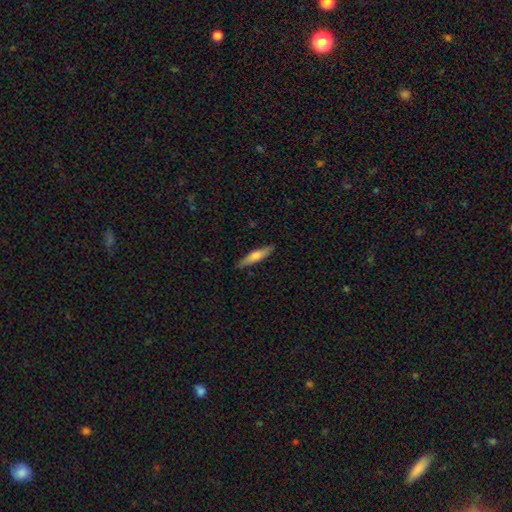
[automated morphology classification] The model was most divided on "smooth or featured": smooth: 57%, featured or disk: 37%, star or artifact: 6%. More confident: merging — none (87%); how rounded — cigar-shaped (81%).